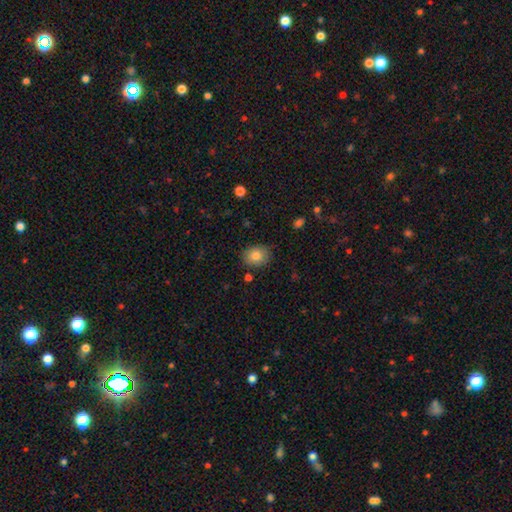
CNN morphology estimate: Smooth or featured?
  - smooth: 82% *
  - featured or disk: 9%
  - star or artifact: 9%
How rounded?
  - in between: 51% *
  - round: 48%
  - cigar-shaped: 1%
Merging?
  - none: 83% *
  - minor disturbance: 12%
  - major disturbance: 3%
  - merger: 2%